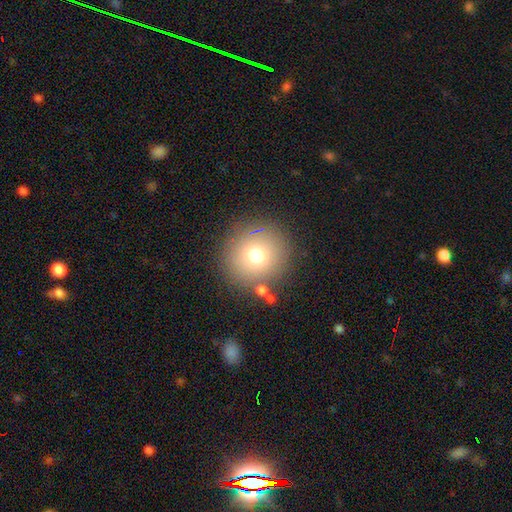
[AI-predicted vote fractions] Smooth or featured: smooth — 71% (star or artifact — 15%)
How rounded: round — 93% (in between — 6%)
Merging: none — 83% (minor disturbance — 8%)